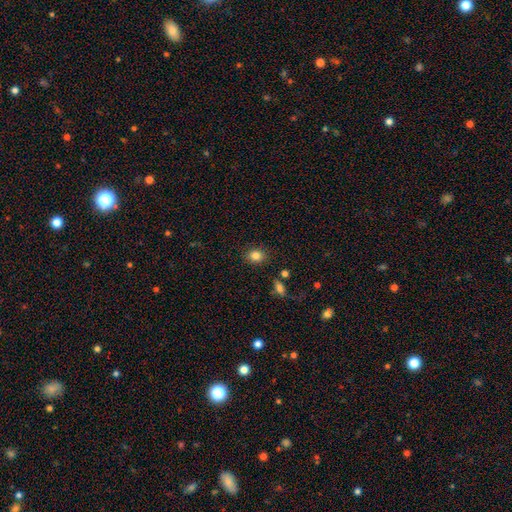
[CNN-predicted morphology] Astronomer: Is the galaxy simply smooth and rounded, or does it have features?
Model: smooth — 84%.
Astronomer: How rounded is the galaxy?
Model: round — 55% (runner-up: in between, 44%).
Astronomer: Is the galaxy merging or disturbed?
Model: none — 87%.